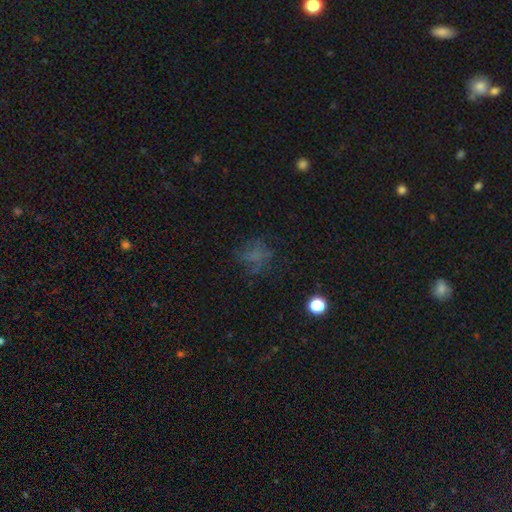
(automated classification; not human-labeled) smooth_or_featured: smooth (p=0.44) [alt: featured or disk p=0.28]
merging: none (p=0.60) [alt: major disturbance p=0.19]